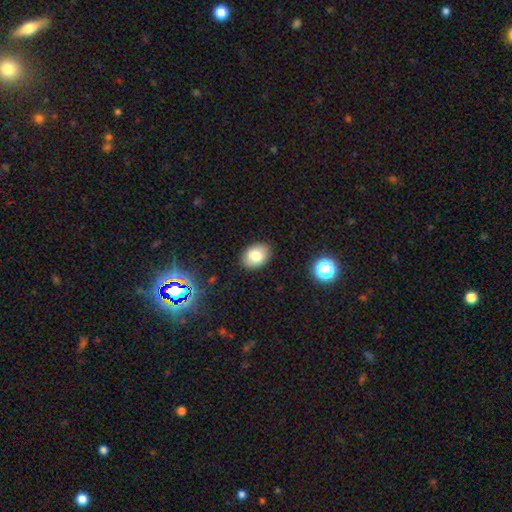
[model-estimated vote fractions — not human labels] Smooth or featured? smooth (78%)
How rounded? in between (66%)
Merging? none (88%)